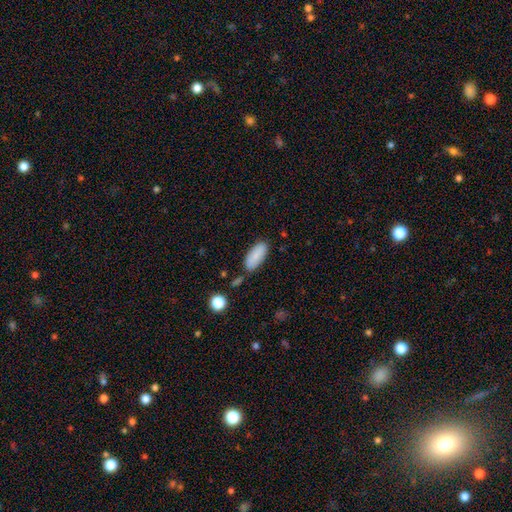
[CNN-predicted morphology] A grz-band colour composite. It shows a smooth galaxy with no disk features (86%) that is in between round and cigar-shaped (84%). Merging: none (77%).